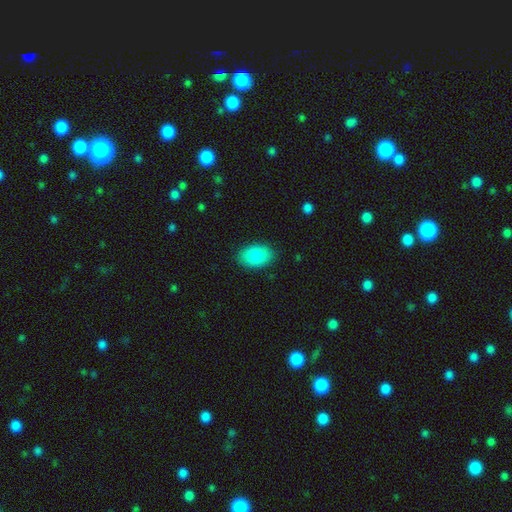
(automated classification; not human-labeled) smooth 86%, featured or disk 8%, star or artifact 7%. Down the decision tree: how rounded — in between (88%); merging — none (87%).